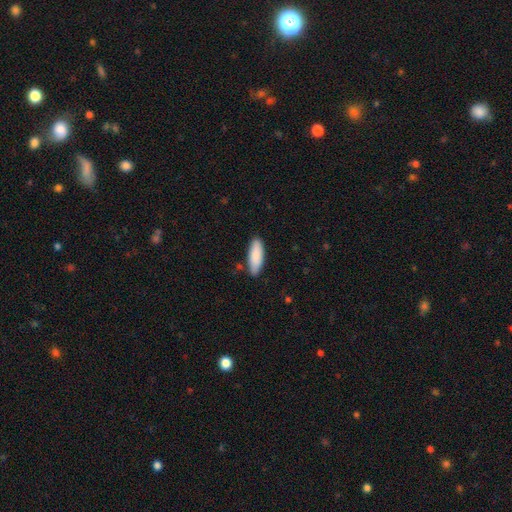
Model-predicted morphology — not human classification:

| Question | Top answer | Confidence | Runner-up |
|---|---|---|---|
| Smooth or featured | smooth | 88% | featured or disk (6%) |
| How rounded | in between | 63% | cigar-shaped (35%) |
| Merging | none | 84% | minor disturbance (13%) |